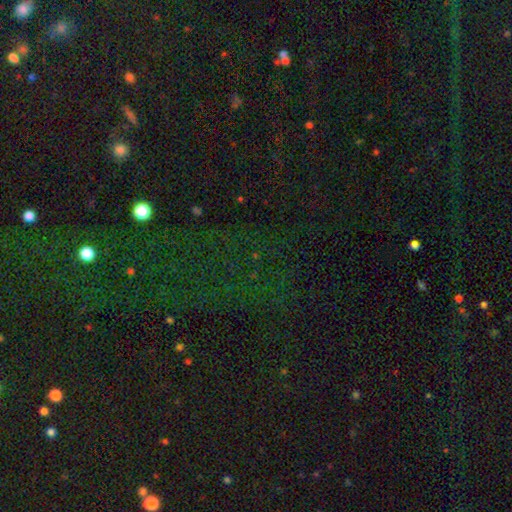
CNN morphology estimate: The model was most divided on "smooth or featured": star or artifact: 74%, smooth: 17%, featured or disk: 8%.